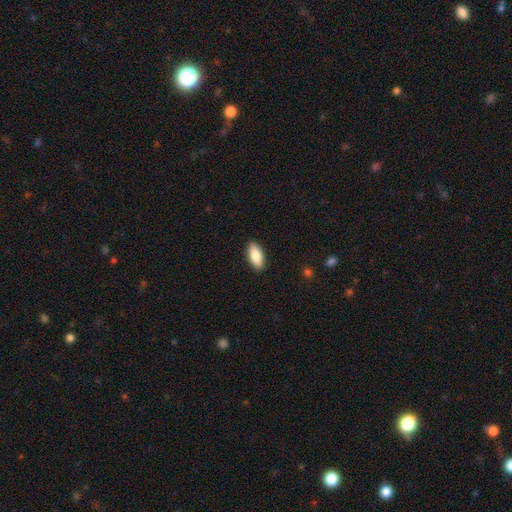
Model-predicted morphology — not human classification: smooth 85%, featured or disk 9%, star or artifact 6%. Down the decision tree: how rounded — in between (85%); merging — none (90%).